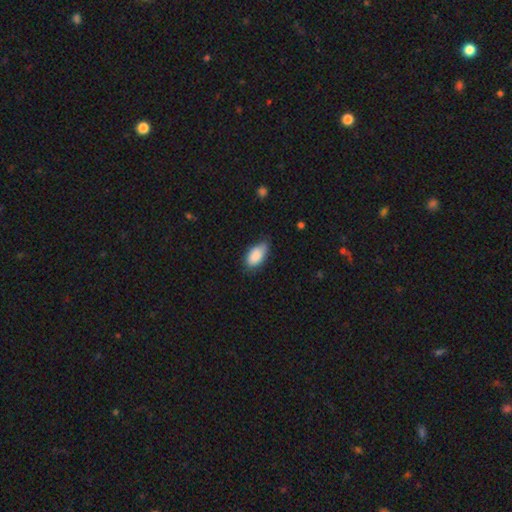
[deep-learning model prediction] Q: Smooth or featured?
A: smooth (87%); runner-up: star or artifact (7%)
Q: How rounded?
A: in between (93%); runner-up: cigar-shaped (4%)
Q: Merging?
A: none (65%); runner-up: minor disturbance (29%)